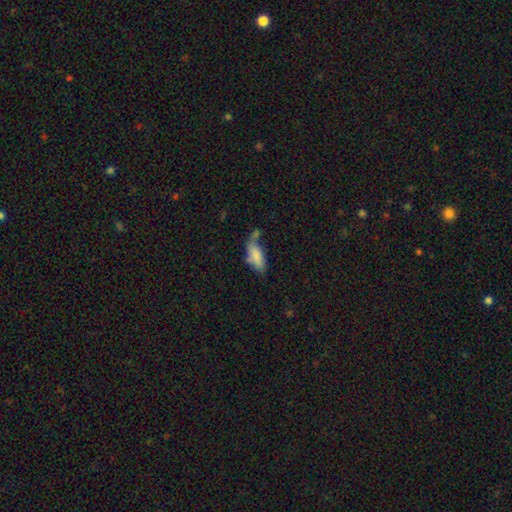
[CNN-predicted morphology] A smooth galaxy with no disk features (76%) that is in between round and cigar-shaped (80%). Merging: none (33%).